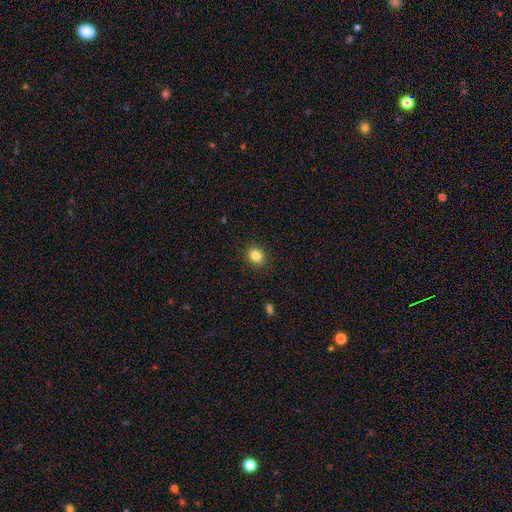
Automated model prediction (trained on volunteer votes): This is clearly a smooth galaxy (84%). How rounded: likely round (60%). Merging: clearly none (90%).